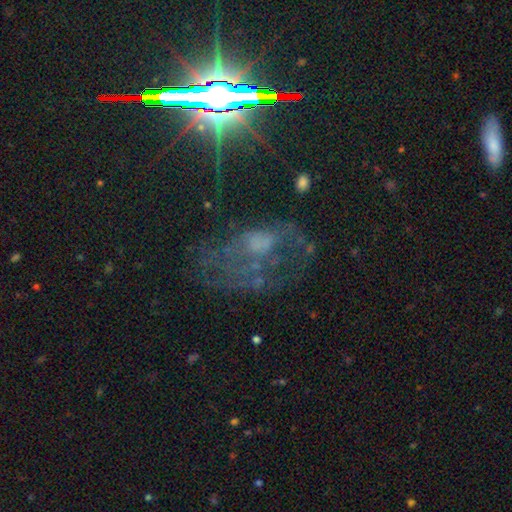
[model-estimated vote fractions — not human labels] This appears to be a featured or disk galaxy (44%). Merging: none (47%).